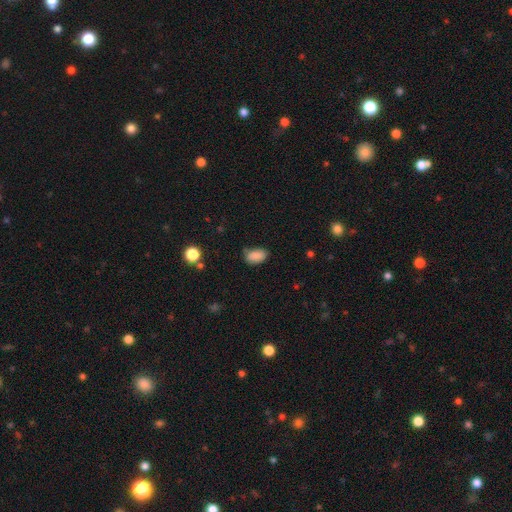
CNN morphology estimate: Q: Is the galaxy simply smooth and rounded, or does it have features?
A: smooth — 86%.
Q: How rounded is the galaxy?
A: in between — 91%.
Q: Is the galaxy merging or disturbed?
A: none — 68%.